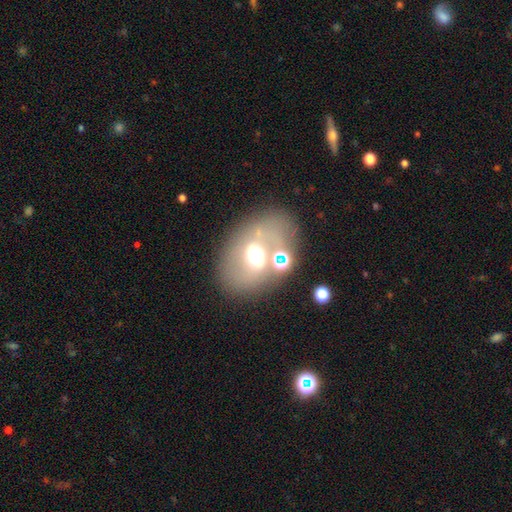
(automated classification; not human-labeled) This appears to be a smooth galaxy with no disk features (43%). Merging: none (57%).